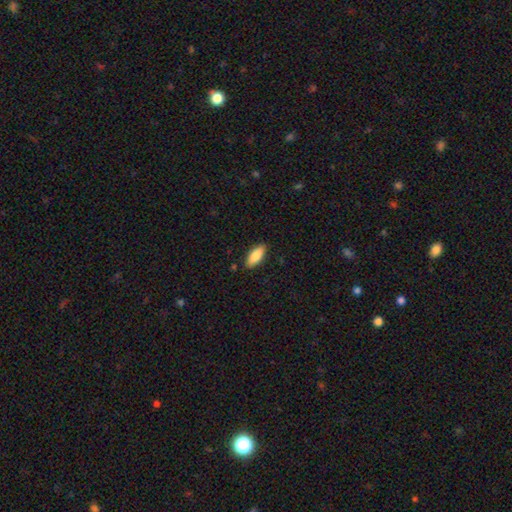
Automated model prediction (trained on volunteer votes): This is clearly a smooth galaxy (86%). How rounded: clearly in between (80%). Merging: clearly none (86%).